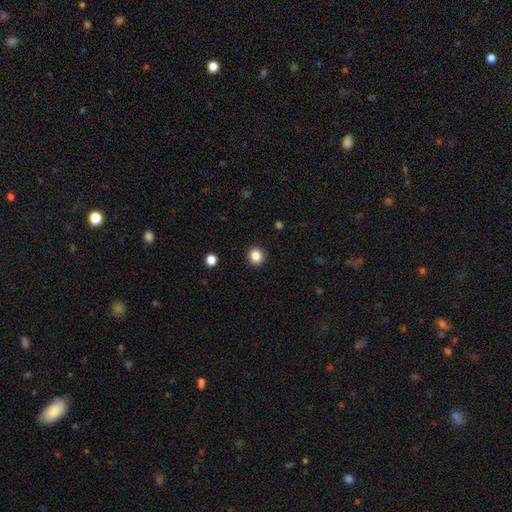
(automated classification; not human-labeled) smooth 85%, star or artifact 11%, featured or disk 4%. Down the decision tree: how rounded — round (85%); merging — none (91%).